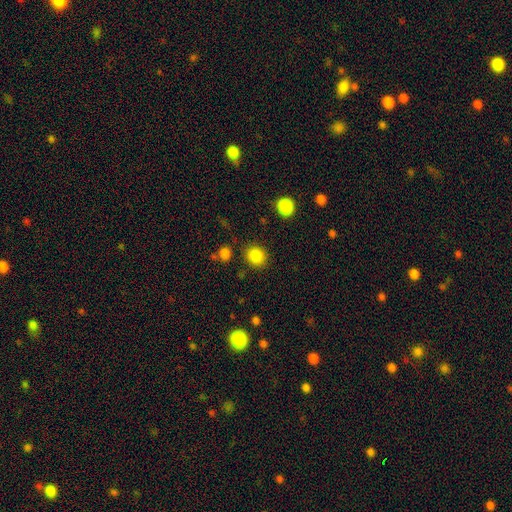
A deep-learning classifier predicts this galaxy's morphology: The model was most divided on "how rounded": round: 79%, in between: 20%, cigar-shaped: 1%. More confident: smooth or featured — smooth (86%); merging — none (85%).